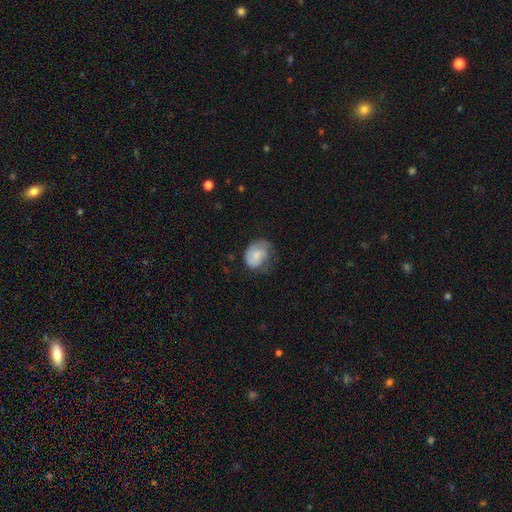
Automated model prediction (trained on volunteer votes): A smooth galaxy with no disk features (64%) that is in between round and cigar-shaped (50%). Merging: none (43%).